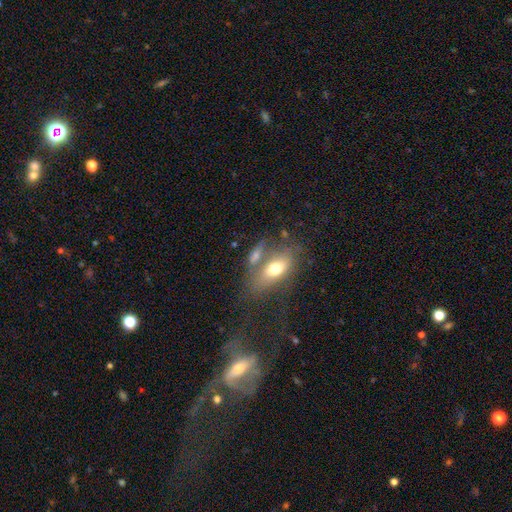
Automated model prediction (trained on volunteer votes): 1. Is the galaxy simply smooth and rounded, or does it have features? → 62% smooth, 28% featured or disk, 10% star or artifact.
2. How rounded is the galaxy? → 74% in between, 17% cigar-shaped, 9% round.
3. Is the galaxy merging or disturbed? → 43% none, 35% merger, 14% minor disturbance, 8% major disturbance.